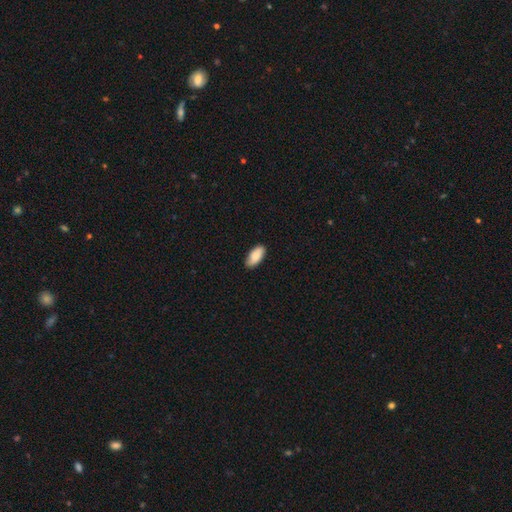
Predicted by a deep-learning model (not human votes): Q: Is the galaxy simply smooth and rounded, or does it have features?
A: smooth — 87%.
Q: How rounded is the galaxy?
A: in between — 92%.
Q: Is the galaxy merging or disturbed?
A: none — 86%.